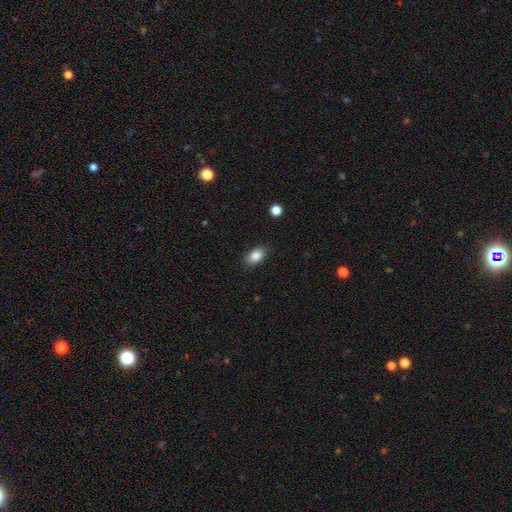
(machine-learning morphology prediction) Smooth or featured? smooth (85%)
How rounded? in between (88%)
Merging? none (87%)